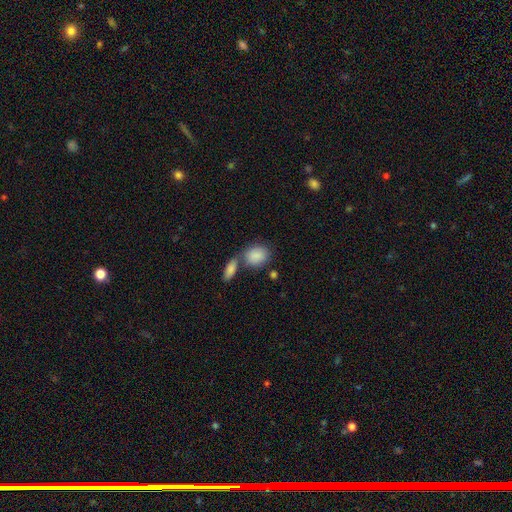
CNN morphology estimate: The model was most divided on "merging": none: 49%, merger: 34%, minor disturbance: 13%, major disturbance: 5%. More confident: smooth or featured — smooth (88%); how rounded — in between (63%).